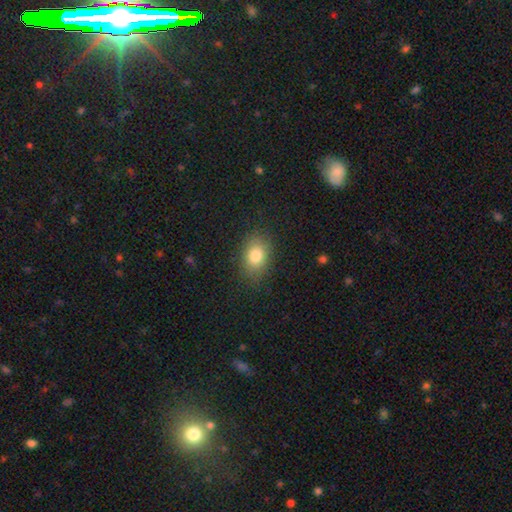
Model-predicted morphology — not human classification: smooth_or_featured: smooth (p=0.81) [alt: star or artifact p=0.10]
how_rounded: in between (p=0.72) [alt: round p=0.26]
merging: none (p=0.83) [alt: minor disturbance p=0.12]